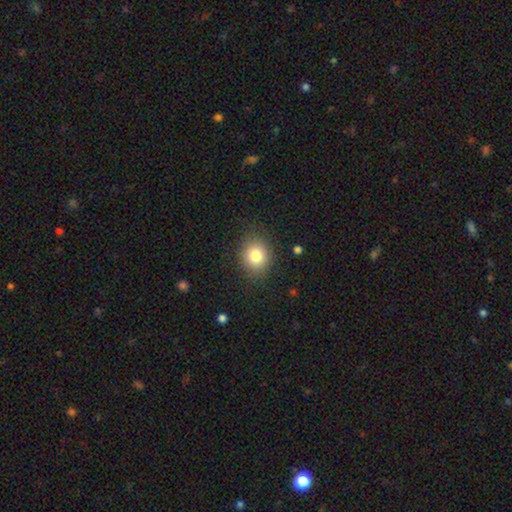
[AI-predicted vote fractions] A smooth galaxy with no disk features (81%) that is round (73%).

Vote fractions:
- Smooth or featured? smooth: 81% / star or artifact: 11% / featured or disk: 8%
- How rounded? round: 73% / in between: 27% / cigar-shaped: 1%
- Merging? none: 86% / minor disturbance: 9% / major disturbance: 3% / merger: 1%